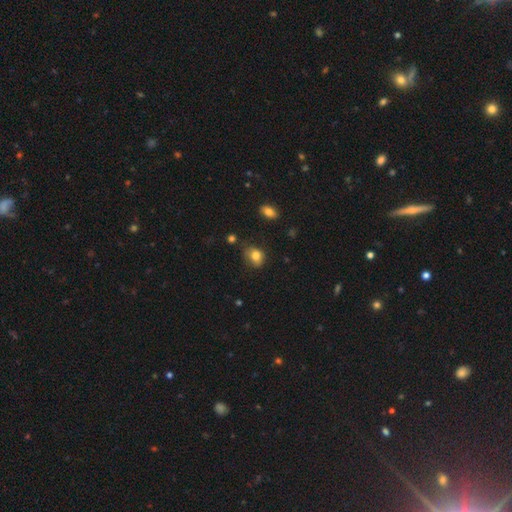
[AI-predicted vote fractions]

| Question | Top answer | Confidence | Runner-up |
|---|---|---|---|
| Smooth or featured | smooth | 80% | star or artifact (10%) |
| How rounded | in between | 53% | round (46%) |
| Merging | none | 54% | minor disturbance (33%) |